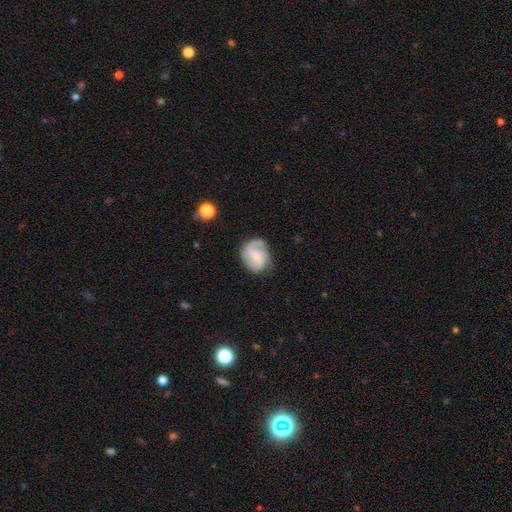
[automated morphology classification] Smooth or featured?
  - featured or disk: 68% *
  - smooth: 25%
  - star or artifact: 7%
Edge-on disk?
  - no: 98% *
  - yes: 2%
Bar?
  - weak: 46% *
  - no: 41%
  - strong: 12%
Spiral arms?
  - yes: 93% *
  - no: 7%
Spiral winding?
  - medium: 46% *
  - tight: 28%
  - loose: 26%
Spiral arm count?
  - 2: 46% *
  - 3: 24%
  - can't tell: 15%
  - 1: 10%
  - 4: 3%
  - more than 4: 2%
Bulge size?
  - small: 51% *
  - moderate: 23%
  - none: 22%
  - large: 3%
  - dominant: 1%
Merging?
  - none: 63% *
  - minor disturbance: 24%
  - major disturbance: 12%
  - merger: 2%